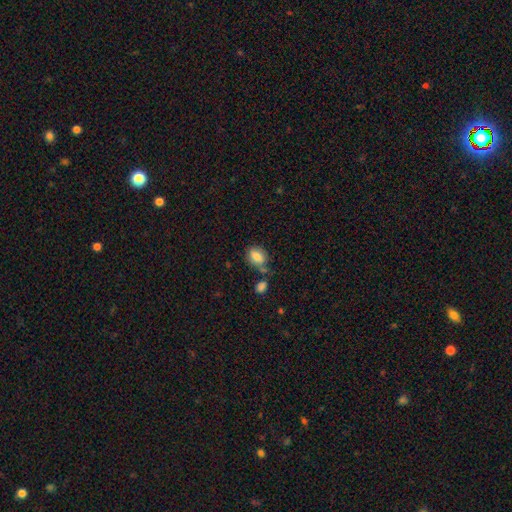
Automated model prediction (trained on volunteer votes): smooth_or_featured: smooth (p=0.81) [alt: featured or disk p=0.11]
how_rounded: in between (p=0.73) [alt: round p=0.26]
merging: none (p=0.59) [alt: minor disturbance p=0.19]